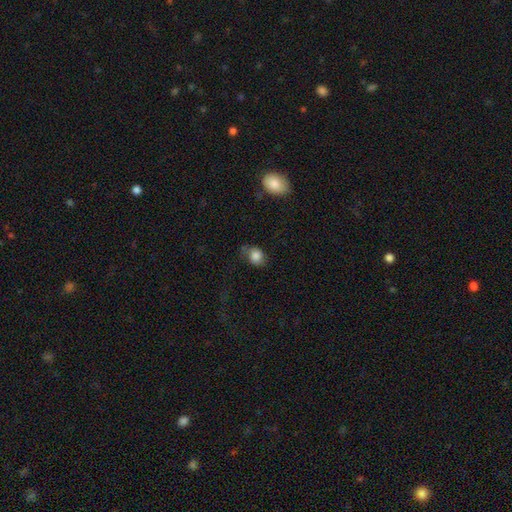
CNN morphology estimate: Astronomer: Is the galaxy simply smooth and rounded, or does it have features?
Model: smooth — 82%.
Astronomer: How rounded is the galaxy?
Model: round — 51% (runner-up: in between, 48%).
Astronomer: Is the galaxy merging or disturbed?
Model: none — 53% (runner-up: minor disturbance, 31%).